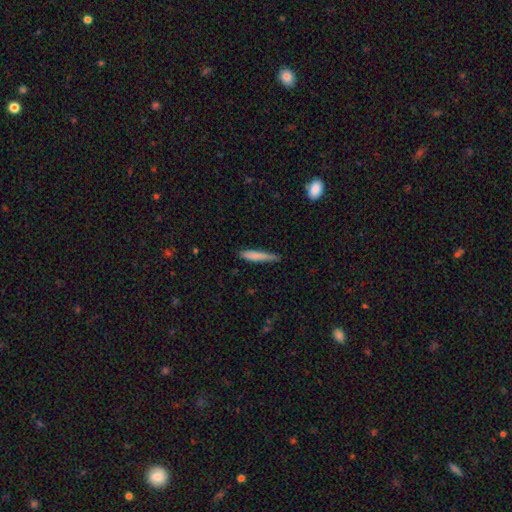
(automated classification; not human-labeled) Morphology: type=smooth (78%); roundness=cigar-shaped (91%); merging=none (71%).